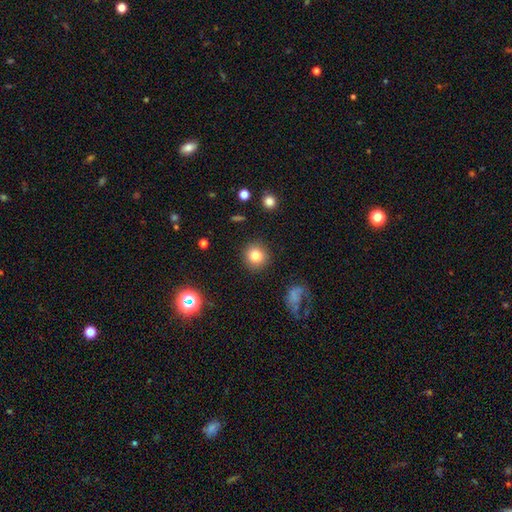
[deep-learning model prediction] Q: Smooth or featured?
A: smooth (81%); runner-up: star or artifact (11%)
Q: How rounded?
A: round (91%); runner-up: in between (8%)
Q: Merging?
A: none (89%); runner-up: minor disturbance (6%)